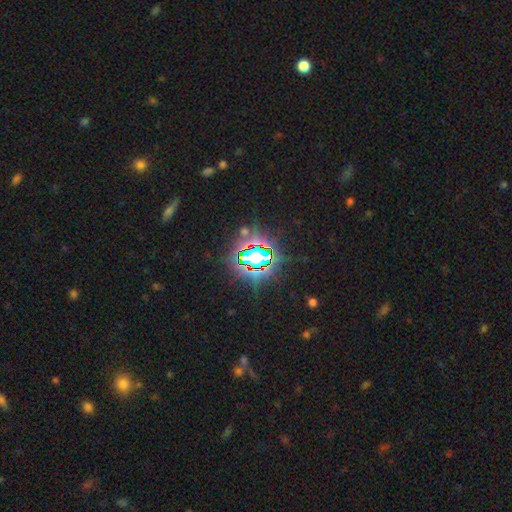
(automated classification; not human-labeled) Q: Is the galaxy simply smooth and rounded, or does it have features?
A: star or artifact — 79%.